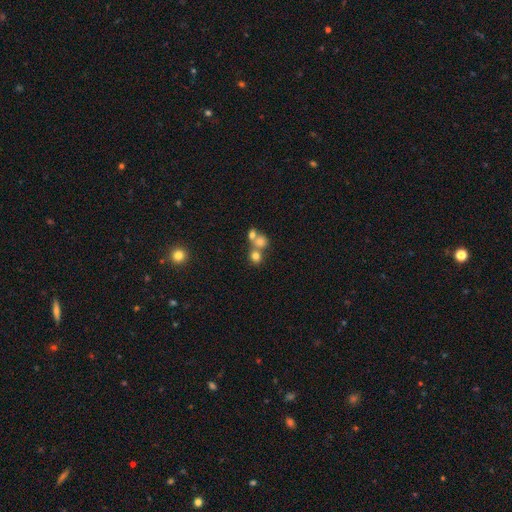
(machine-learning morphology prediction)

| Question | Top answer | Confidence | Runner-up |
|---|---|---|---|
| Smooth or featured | smooth | 72% | star or artifact (15%) |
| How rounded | round | 82% | in between (17%) |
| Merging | merger | 48% | none (43%) |